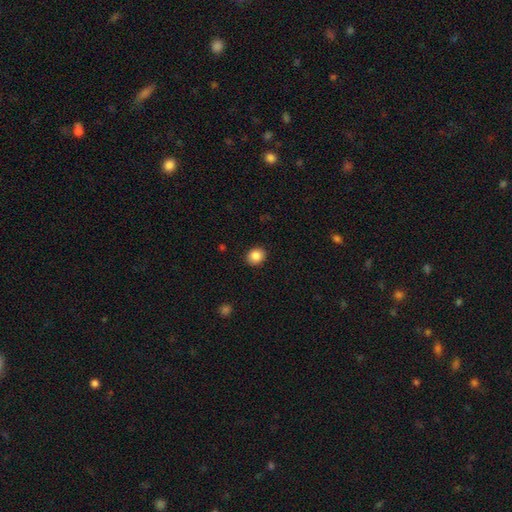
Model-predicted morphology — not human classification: A smooth galaxy with no disk features (86%) that is round (67%).

Vote fractions:
- Smooth or featured? smooth: 86% / star or artifact: 9% / featured or disk: 4%
- How rounded? round: 67% / in between: 32% / cigar-shaped: 1%
- Merging? none: 90% / minor disturbance: 7% / major disturbance: 2% / merger: 1%